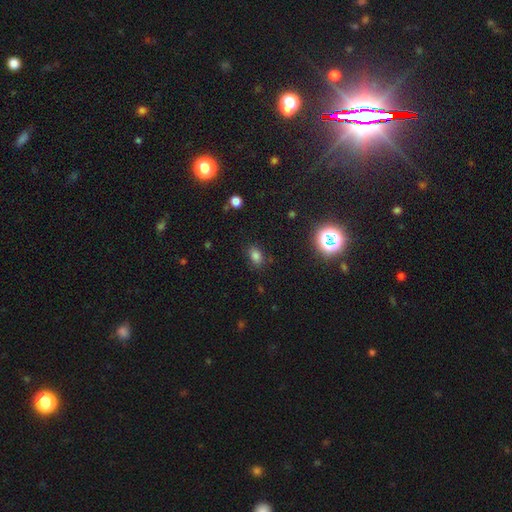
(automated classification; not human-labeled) Q: Smooth or featured?
A: smooth (77%); runner-up: star or artifact (18%)
Q: How rounded?
A: in between (76%); runner-up: round (22%)
Q: Merging?
A: none (80%); runner-up: minor disturbance (14%)